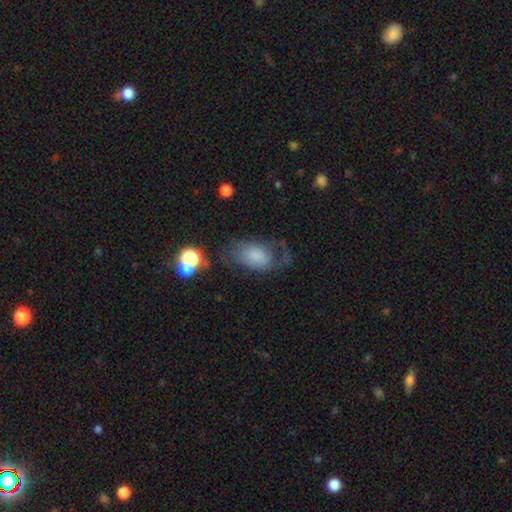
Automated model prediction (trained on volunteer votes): The model was most divided on "merging": none: 43%, major disturbance: 28%, minor disturbance: 26%, merger: 3%. More confident: how rounded — in between (89%); smooth or featured — smooth (58%).